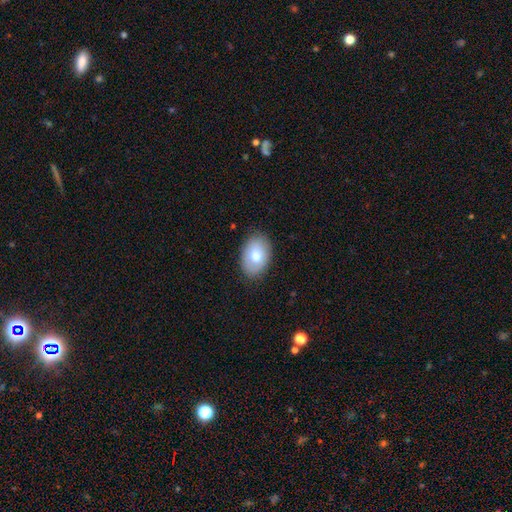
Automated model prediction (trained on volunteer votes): A smooth galaxy with no disk features (76%) that is in between round and cigar-shaped (87%).

Vote fractions:
- Smooth or featured? smooth: 76% / featured or disk: 18% / star or artifact: 7%
- How rounded? in between: 87% / round: 12% / cigar-shaped: 1%
- Merging? none: 85% / minor disturbance: 11% / major disturbance: 3% / merger: 1%